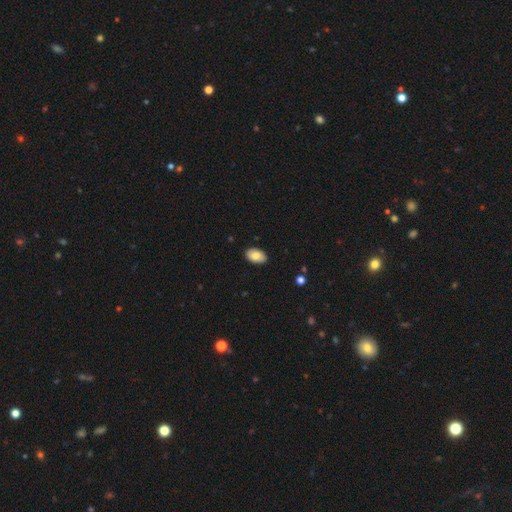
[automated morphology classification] type=smooth (82%); roundness=in between (93%); merging=none (89%).